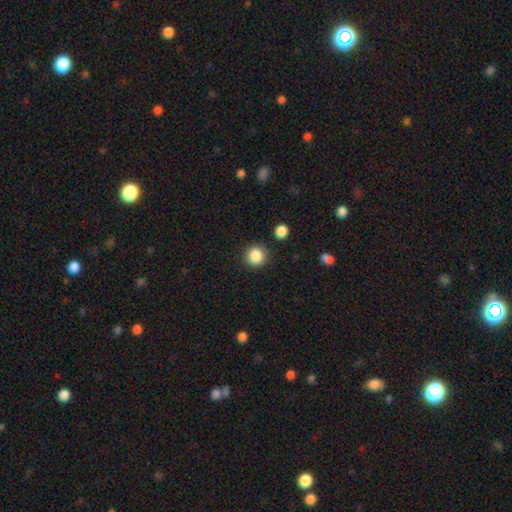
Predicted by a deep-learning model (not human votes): A smooth galaxy with no disk features (87%) that is round (91%).

Vote fractions:
- Smooth or featured? smooth: 87% / star or artifact: 10% / featured or disk: 3%
- How rounded? round: 91% / in between: 8% / cigar-shaped: 1%
- Merging? none: 88% / minor disturbance: 7% / merger: 3% / major disturbance: 3%